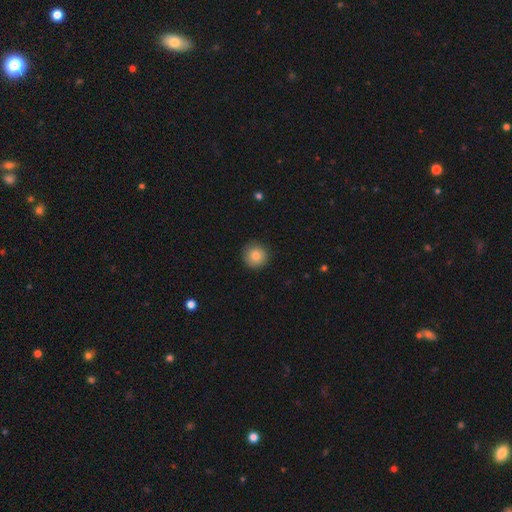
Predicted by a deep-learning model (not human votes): Smooth or featured? smooth (82%)
How rounded? round (95%)
Merging? none (90%)